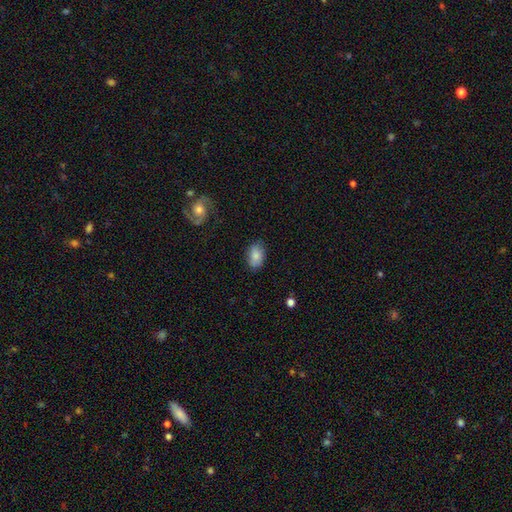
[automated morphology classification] Smooth or featured: smooth — 82% (featured or disk — 11%)
How rounded: in between — 90% (round — 8%)
Merging: none — 79% (minor disturbance — 16%)